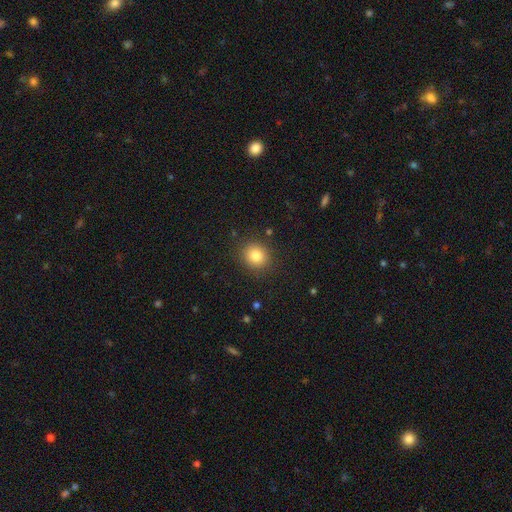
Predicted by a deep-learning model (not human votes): The model was most divided on "how rounded": round: 83%, in between: 16%, cigar-shaped: 1%. More confident: merging — none (88%); smooth or featured — smooth (82%).